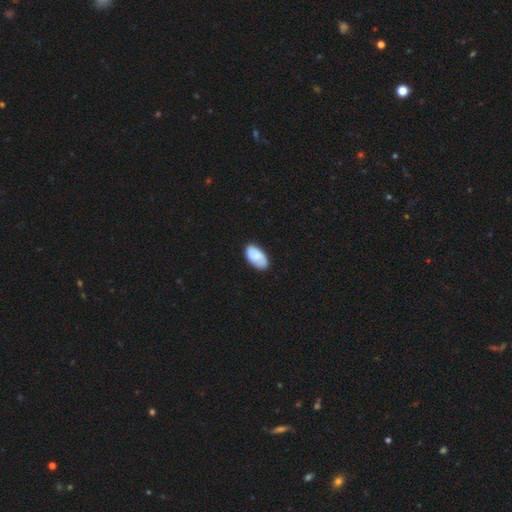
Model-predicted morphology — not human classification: Smooth or featured? smooth (72%)
How rounded? in between (95%)
Merging? none (83%)